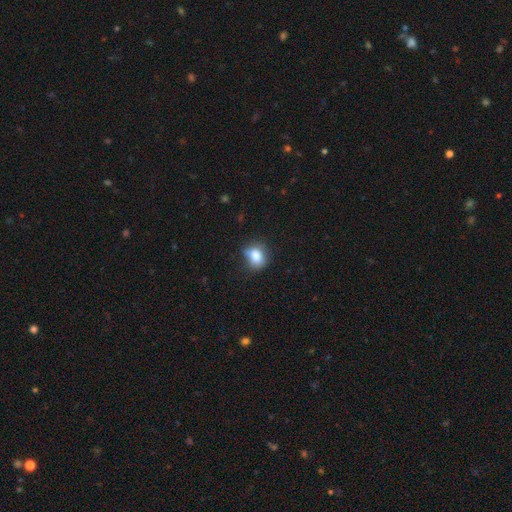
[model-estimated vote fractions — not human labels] Q: Smooth or featured?
A: smooth (80%); runner-up: star or artifact (10%)
Q: How rounded?
A: round (56%); runner-up: in between (43%)
Q: Merging?
A: none (55%); runner-up: minor disturbance (30%)